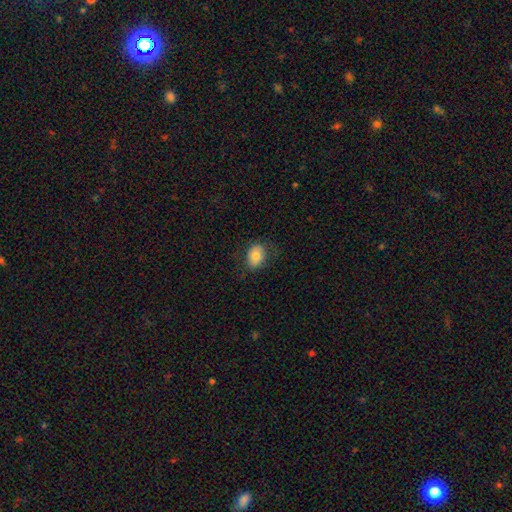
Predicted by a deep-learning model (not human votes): Smooth or featured?
  - smooth: 79% *
  - featured or disk: 13%
  - star or artifact: 8%
How rounded?
  - in between: 68% *
  - round: 31%
  - cigar-shaped: 1%
Merging?
  - none: 77% *
  - minor disturbance: 16%
  - major disturbance: 6%
  - merger: 1%